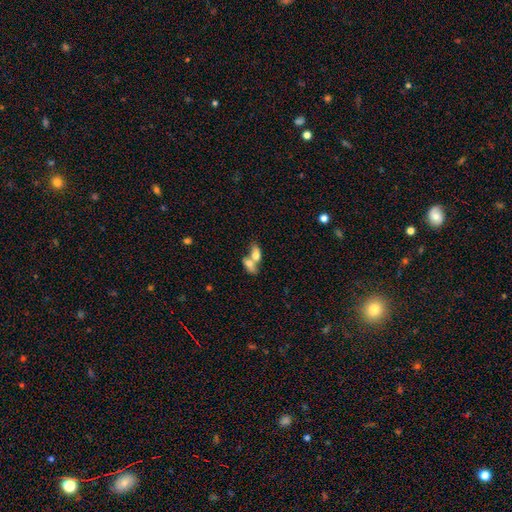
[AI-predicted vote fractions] Smooth or featured?
  - smooth: 70% *
  - featured or disk: 22%
  - star or artifact: 7%
How rounded?
  - in between: 80% *
  - round: 11%
  - cigar-shaped: 9%
Merging?
  - merger: 74% *
  - none: 17%
  - minor disturbance: 6%
  - major disturbance: 4%